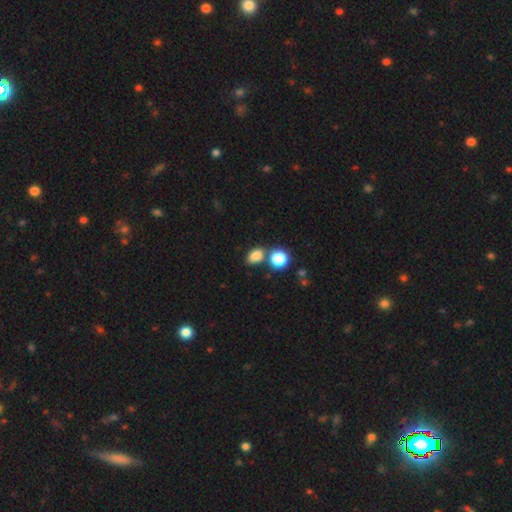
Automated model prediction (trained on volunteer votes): Smooth or featured? Predicted: smooth (p=0.82). How rounded? Predicted: in between (p=0.71). Merging? Predicted: none (p=0.60).